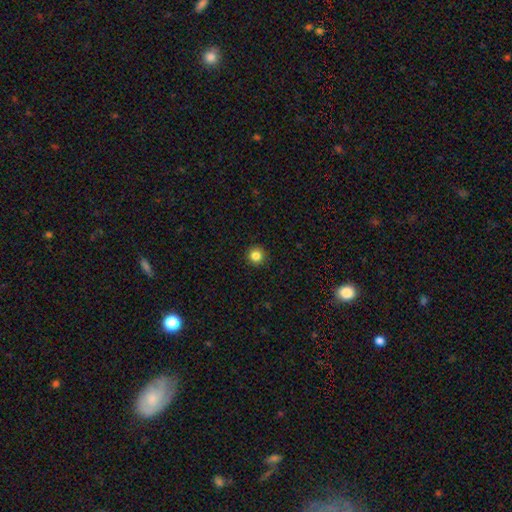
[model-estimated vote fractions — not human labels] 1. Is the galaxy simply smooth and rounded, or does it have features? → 85% smooth, 11% star or artifact, 4% featured or disk.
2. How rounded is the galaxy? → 96% round, 3% in between, 1% cigar-shaped.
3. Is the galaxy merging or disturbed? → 93% none, 4% minor disturbance, 1% major disturbance, 1% merger.